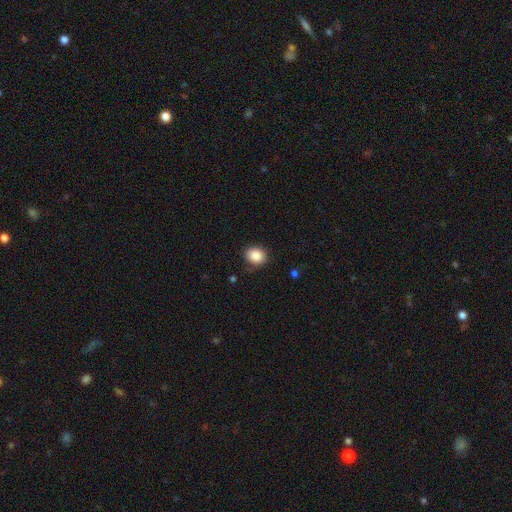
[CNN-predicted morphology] smooth_or_featured: smooth (p=0.88) [alt: star or artifact p=0.09]
how_rounded: round (p=0.65) [alt: in between p=0.34]
merging: none (p=0.84) [alt: minor disturbance p=0.11]